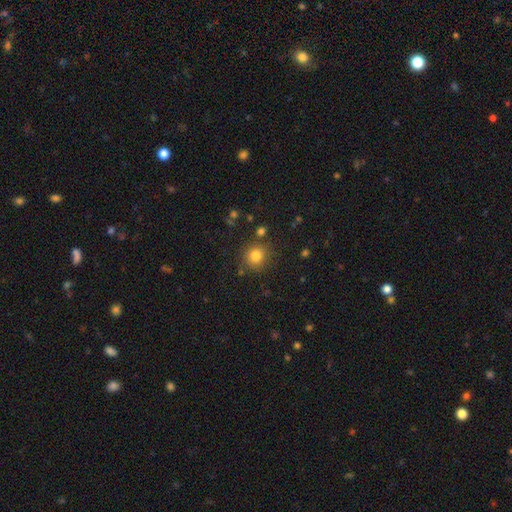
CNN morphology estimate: A smooth galaxy with no disk features (81%) that is round (90%).

Vote fractions:
- Smooth or featured? smooth: 81% / star or artifact: 12% / featured or disk: 7%
- How rounded? round: 90% / in between: 9% / cigar-shaped: 1%
- Merging? none: 80% / minor disturbance: 11% / merger: 5% / major disturbance: 4%